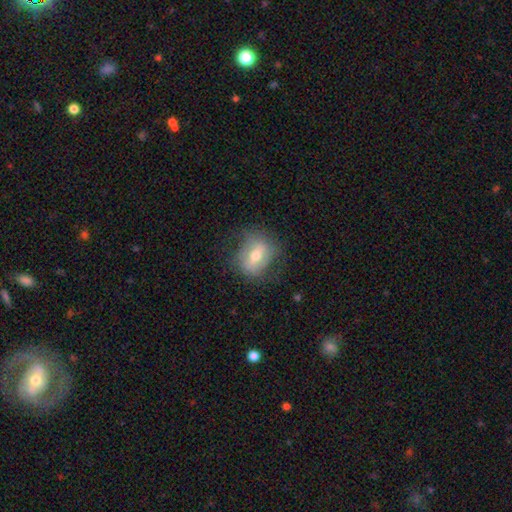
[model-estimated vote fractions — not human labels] Smooth or featured: smooth — 48% (featured or disk — 43%)
Merging: none — 71% (minor disturbance — 20%)